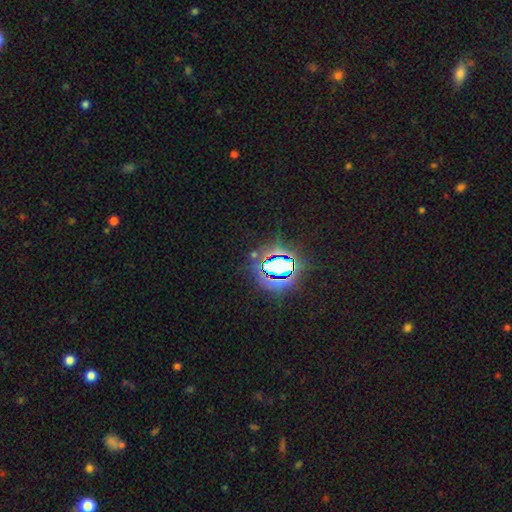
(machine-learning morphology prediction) A star or artifact, not a galaxy (70%).